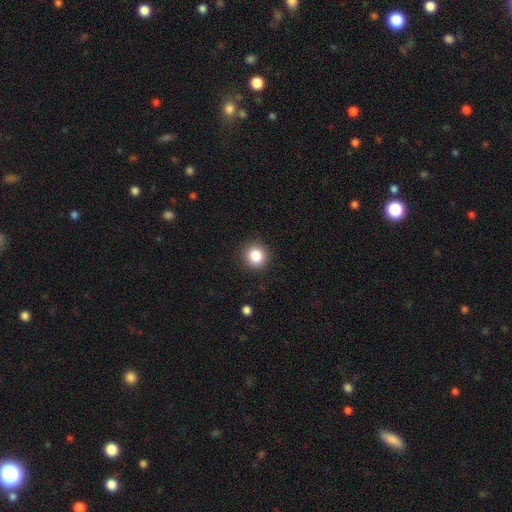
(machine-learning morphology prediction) Smooth or featured?
  - smooth: 85% *
  - star or artifact: 10%
  - featured or disk: 5%
How rounded?
  - round: 94% *
  - in between: 6%
  - cigar-shaped: 1%
Merging?
  - none: 91% *
  - minor disturbance: 6%
  - major disturbance: 2%
  - merger: 1%